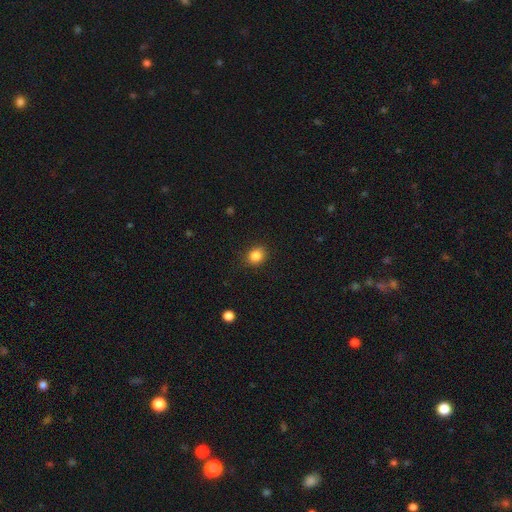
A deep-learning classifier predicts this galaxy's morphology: Overall: smooth (85%). How rounded: round (65%; in between 34%). Merging: none (87%).